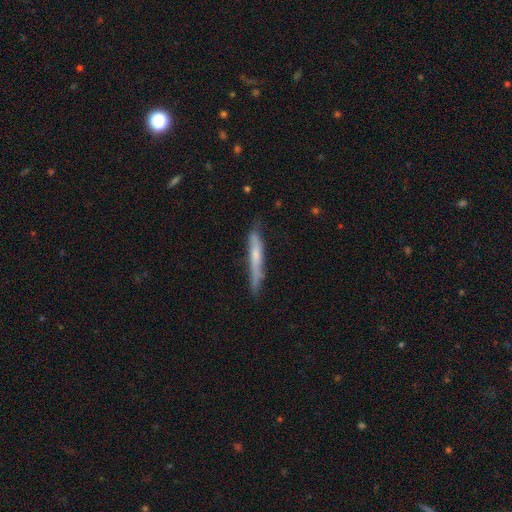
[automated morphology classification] A smooth galaxy with no disk features (53%) that is cigar-shaped (95%).

Vote fractions:
- Smooth or featured? smooth: 53% / featured or disk: 41% / star or artifact: 6%
- How rounded? cigar-shaped: 95% / in between: 4% / round: 1%
- Merging? none: 71% / minor disturbance: 23% / major disturbance: 4% / merger: 2%